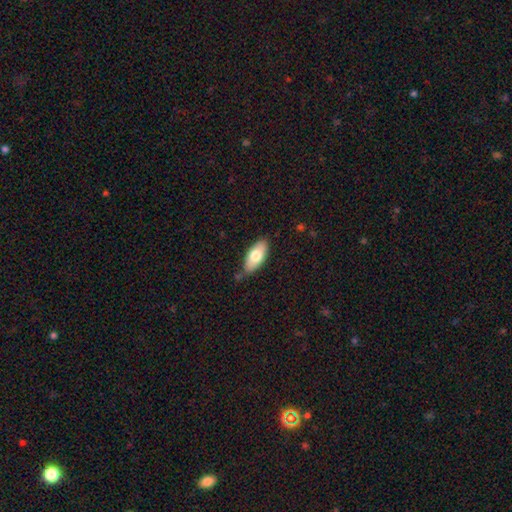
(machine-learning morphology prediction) Smooth or featured? Predicted: smooth (p=0.72). How rounded? Predicted: in between (p=0.88). Merging? Predicted: none (p=0.73).